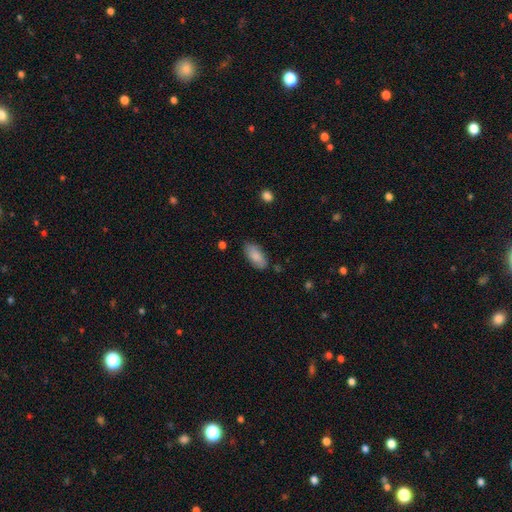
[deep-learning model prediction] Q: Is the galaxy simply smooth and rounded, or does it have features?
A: smooth — 83%.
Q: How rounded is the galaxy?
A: in between — 89%.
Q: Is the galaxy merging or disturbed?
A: none — 79%.